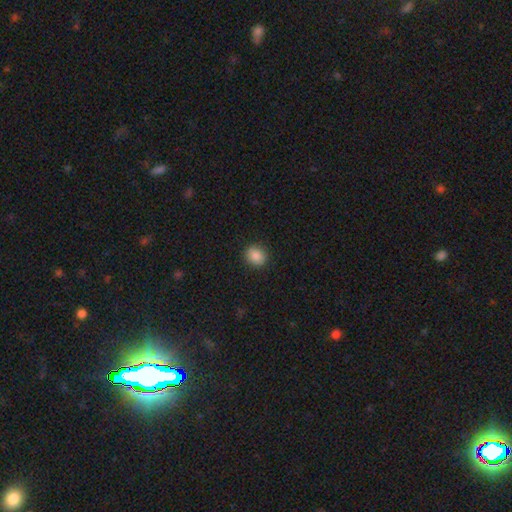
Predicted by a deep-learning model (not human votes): Morphology: type=smooth (86%); roundness=round (75%); merging=none (90%).